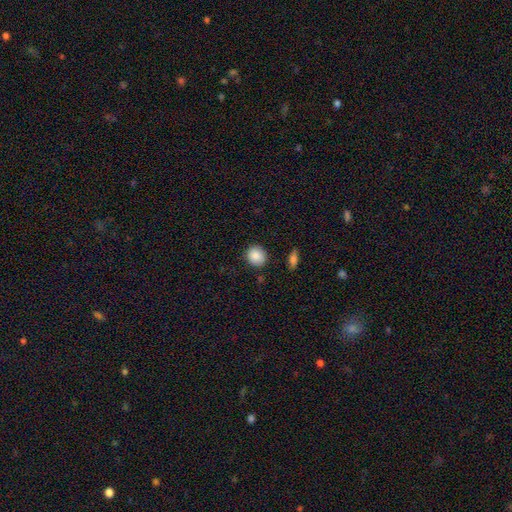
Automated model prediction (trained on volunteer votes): smooth_or_featured: smooth (p=0.87) [alt: star or artifact p=0.08]
how_rounded: round (p=0.83) [alt: in between p=0.16]
merging: none (p=0.87) [alt: minor disturbance p=0.08]